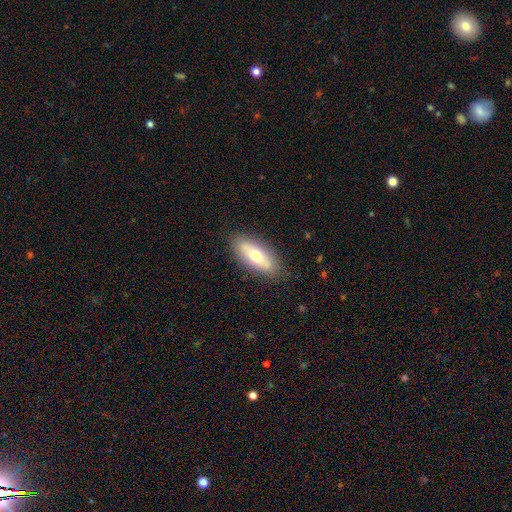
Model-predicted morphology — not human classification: Q: Smooth or featured?
A: smooth (61%); runner-up: featured or disk (32%)
Q: How rounded?
A: in between (74%); runner-up: cigar-shaped (23%)
Q: Merging?
A: none (85%); runner-up: minor disturbance (11%)